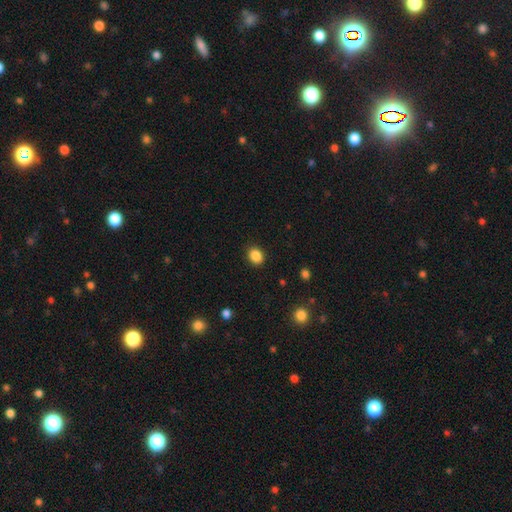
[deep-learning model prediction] Q: Smooth or featured?
A: smooth (88%); runner-up: star or artifact (10%)
Q: How rounded?
A: round (56%); runner-up: in between (43%)
Q: Merging?
A: none (89%); runner-up: minor disturbance (8%)